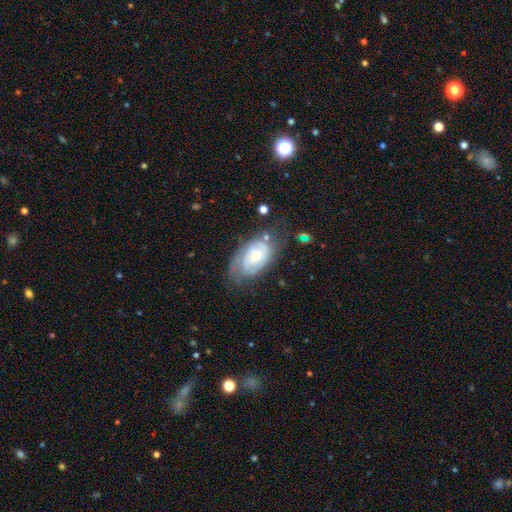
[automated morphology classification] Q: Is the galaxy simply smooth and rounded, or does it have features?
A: featured or disk — 62%.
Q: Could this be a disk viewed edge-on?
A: no — 95%.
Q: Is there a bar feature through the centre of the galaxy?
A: no — 76%.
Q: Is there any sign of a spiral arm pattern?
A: yes — 74%.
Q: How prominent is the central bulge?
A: moderate — 47%.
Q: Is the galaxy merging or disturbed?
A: none — 50%.